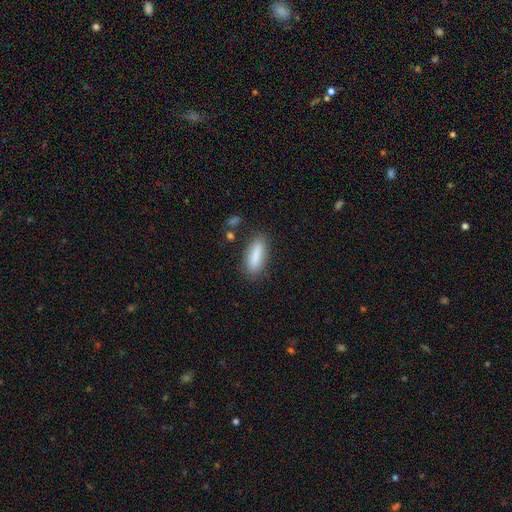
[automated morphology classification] smooth_or_featured: smooth (p=0.84) [alt: featured or disk p=0.09]
how_rounded: in between (p=0.58) [alt: cigar-shaped p=0.40]
merging: none (p=0.79) [alt: minor disturbance p=0.14]